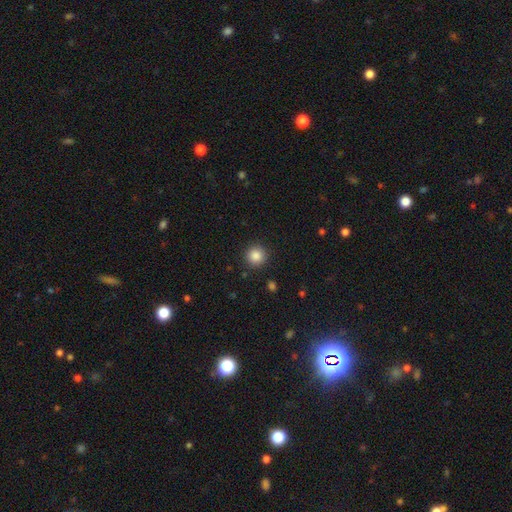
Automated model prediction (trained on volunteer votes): smooth_or_featured: smooth (p=0.86) [alt: star or artifact p=0.10]
how_rounded: round (p=0.94) [alt: in between p=0.05]
merging: none (p=0.91) [alt: minor disturbance p=0.06]